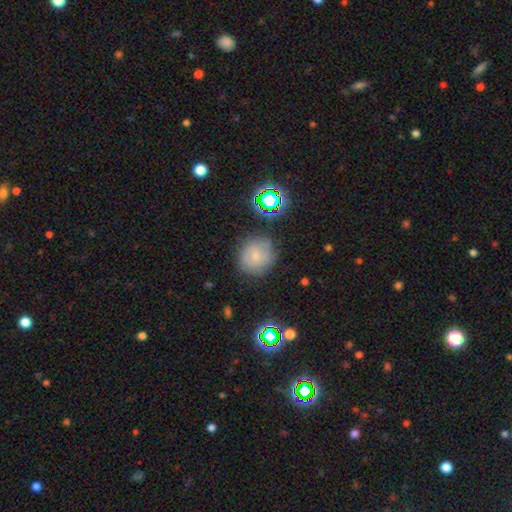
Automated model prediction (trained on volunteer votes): This is likely a smooth galaxy (63%). How rounded: clearly round (87%). Merging: likely none (73%).